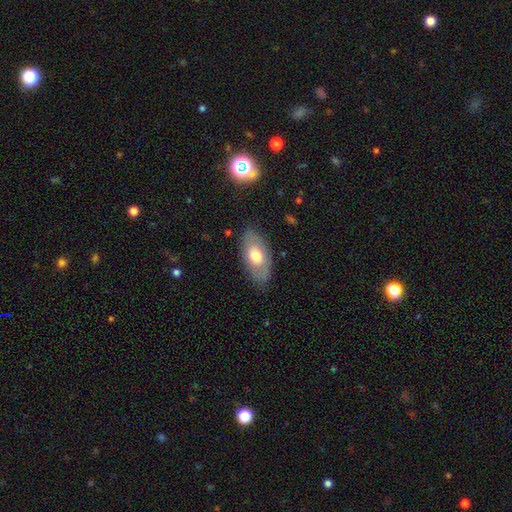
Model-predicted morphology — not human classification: smooth 63%, featured or disk 31%, star or artifact 6%. Down the decision tree: how rounded — in between (92%); merging — none (79%).